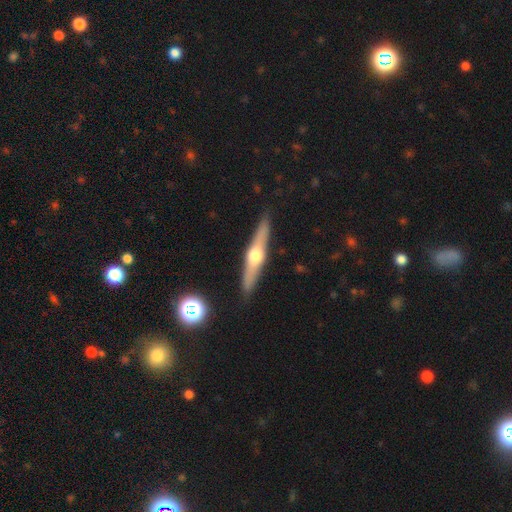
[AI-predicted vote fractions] Smooth or featured? Predicted: featured or disk (p=0.66). Edge-on disk? Predicted: yes (p=0.96). Edge-on bulge? Predicted: rounded (p=0.95). Merging? Predicted: none (p=0.90).